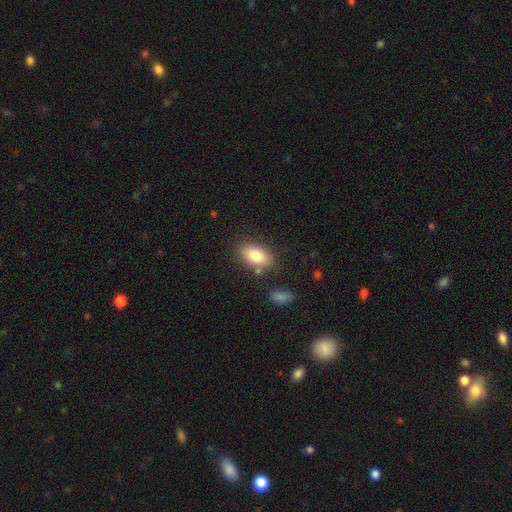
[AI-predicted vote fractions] The model was most divided on "merging": none: 77%, minor disturbance: 13%, merger: 6%, major disturbance: 4%. More confident: how rounded — in between (90%); smooth or featured — smooth (82%).